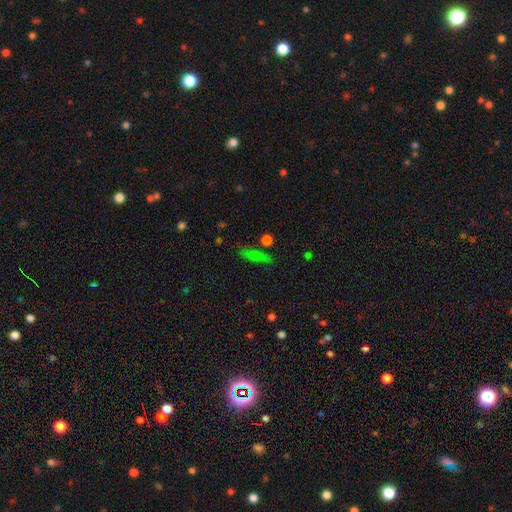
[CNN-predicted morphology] This is likely a smooth galaxy (67%). How rounded: possibly cigar-shaped (57%). Merging: likely none (70%).